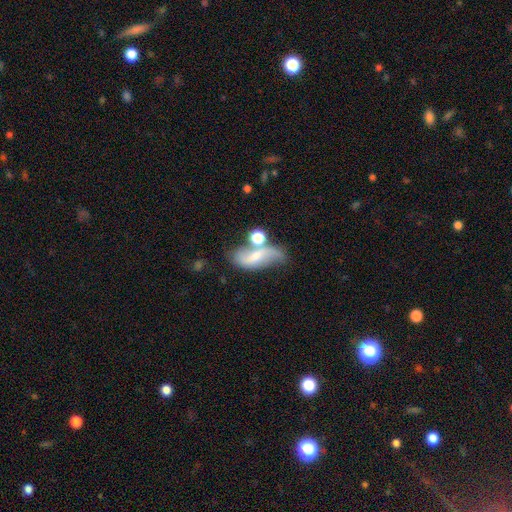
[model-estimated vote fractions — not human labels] Q: Smooth or featured?
A: featured or disk (57%); runner-up: smooth (33%)
Q: Edge-on disk?
A: no (91%); runner-up: yes (9%)
Q: Bar?
A: no (43%); runner-up: weak (37%)
Q: Spiral arms?
A: yes (81%); runner-up: no (19%)
Q: Bulge size?
A: small (45%); runner-up: moderate (36%)
Q: Merging?
A: none (41%); runner-up: merger (25%)